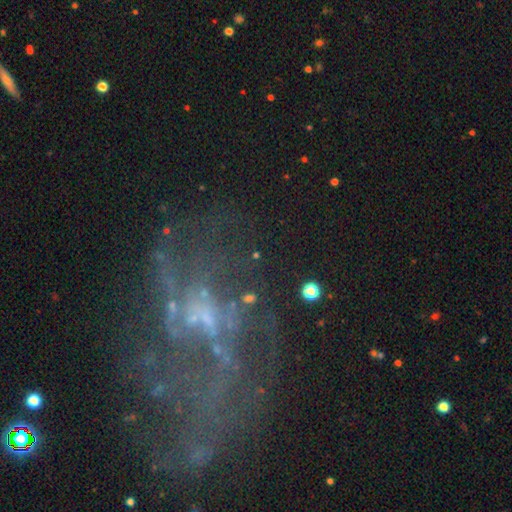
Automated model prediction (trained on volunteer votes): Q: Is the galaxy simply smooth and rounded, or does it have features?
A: featured or disk — 52%.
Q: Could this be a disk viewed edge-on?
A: no — 95%.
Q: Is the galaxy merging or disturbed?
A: none — 58%.